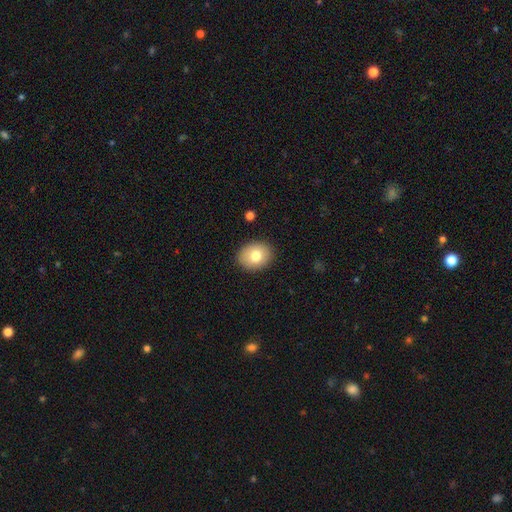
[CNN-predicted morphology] A smooth galaxy with no disk features (78%) that is in between round and cigar-shaped (58%).

Vote fractions:
- Smooth or featured? smooth: 78% / featured or disk: 14% / star or artifact: 8%
- How rounded? in between: 58% / round: 41% / cigar-shaped: 1%
- Merging? none: 89% / minor disturbance: 8% / major disturbance: 2% / merger: 1%